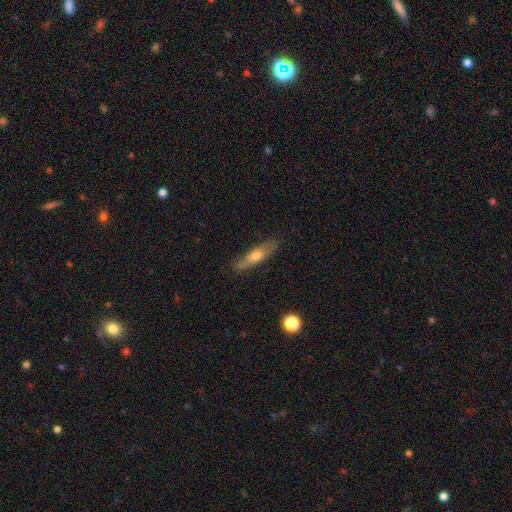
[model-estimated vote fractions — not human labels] Smooth or featured? smooth (52%)
How rounded? cigar-shaped (70%)
Merging? none (80%)